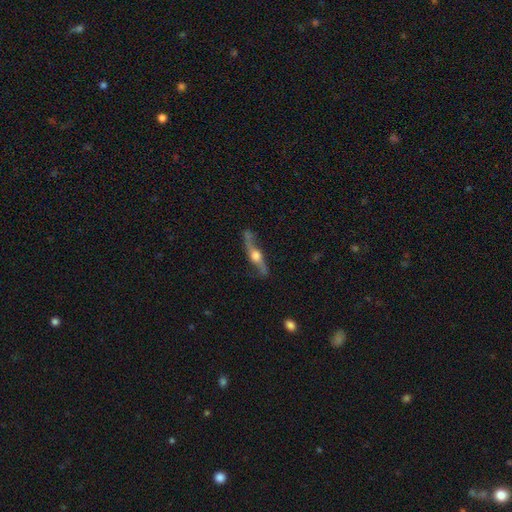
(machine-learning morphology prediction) Smooth or featured?
  - featured or disk: 79% *
  - smooth: 16%
  - star or artifact: 5%
Edge-on disk?
  - yes: 80% *
  - no: 20%
Edge-on bulge?
  - rounded: 94% *
  - boxy: 4%
  - none: 2%
Merging?
  - none: 77% *
  - minor disturbance: 15%
  - major disturbance: 6%
  - merger: 2%